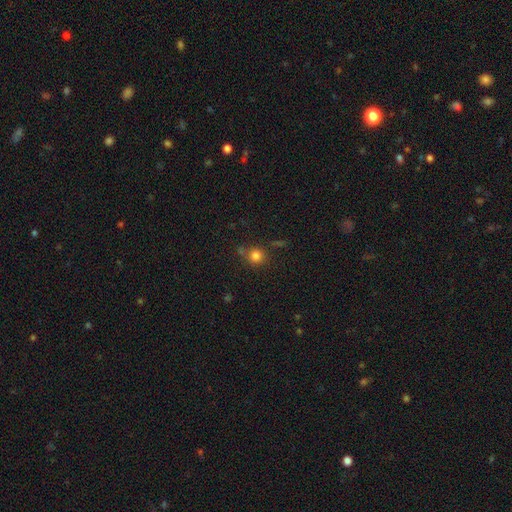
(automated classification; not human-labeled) The model was most divided on "merging": none: 70%, minor disturbance: 14%, merger: 11%, major disturbance: 5%. More confident: how rounded — round (90%); smooth or featured — smooth (81%).